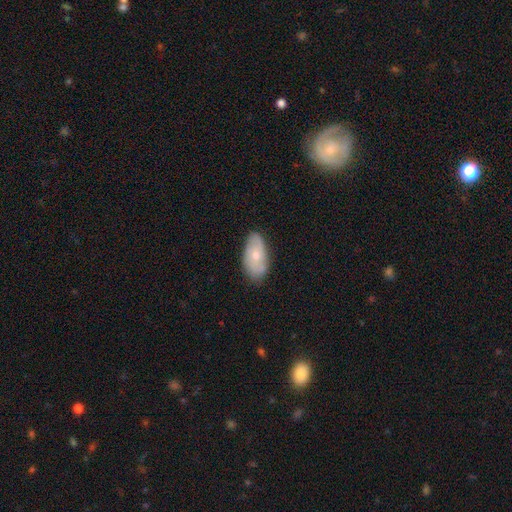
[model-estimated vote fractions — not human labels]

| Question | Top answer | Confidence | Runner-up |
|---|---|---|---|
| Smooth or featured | smooth | 57% | featured or disk (37%) |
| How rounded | in between | 92% | cigar-shaped (4%) |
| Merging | none | 74% | minor disturbance (21%) |